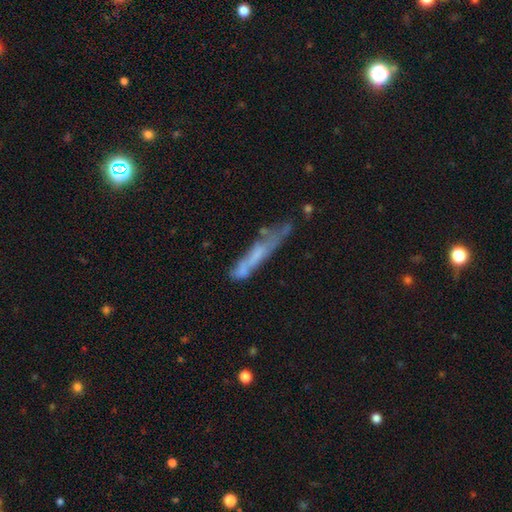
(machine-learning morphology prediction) type=featured or disk (48%); merging=none (48%).